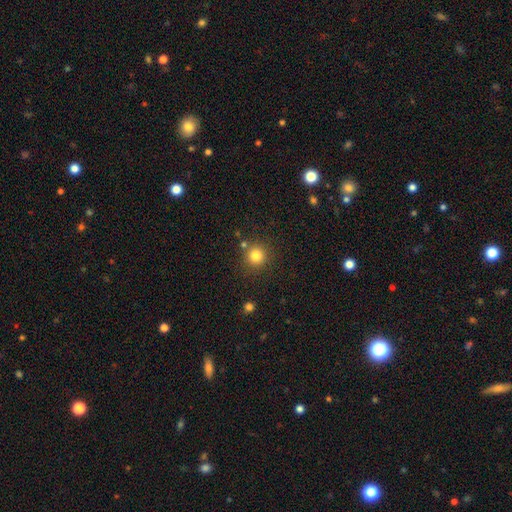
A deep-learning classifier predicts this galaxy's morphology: Smooth or featured? Predicted: smooth (p=0.82). How rounded? Predicted: round (p=0.94). Merging? Predicted: none (p=0.83).